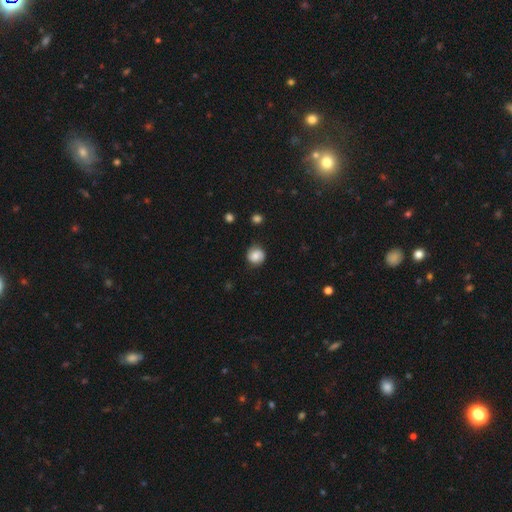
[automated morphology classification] Smooth or featured? smooth (66%)
How rounded? round (88%)
Merging? none (80%)